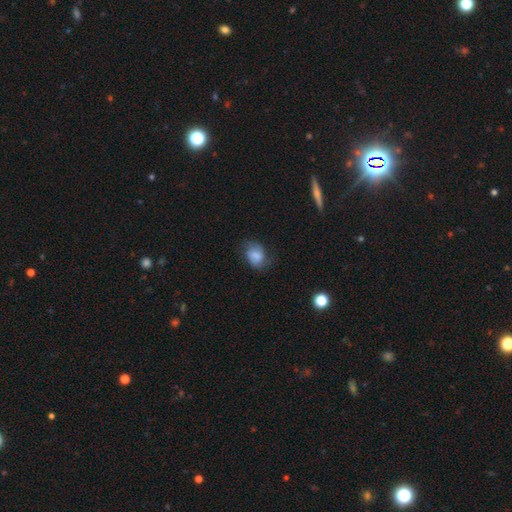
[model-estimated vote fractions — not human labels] Smooth or featured?
  - smooth: 68% *
  - featured or disk: 23%
  - star or artifact: 9%
How rounded?
  - in between: 65% *
  - round: 34%
  - cigar-shaped: 1%
Merging?
  - none: 58% *
  - minor disturbance: 28%
  - major disturbance: 13%
  - merger: 2%